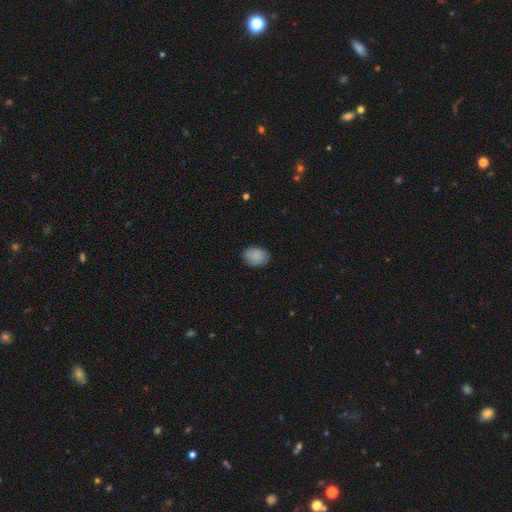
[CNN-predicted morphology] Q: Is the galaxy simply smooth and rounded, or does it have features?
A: smooth — 78%.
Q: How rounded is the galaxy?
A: in between — 61%.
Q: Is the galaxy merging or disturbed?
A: none — 82%.